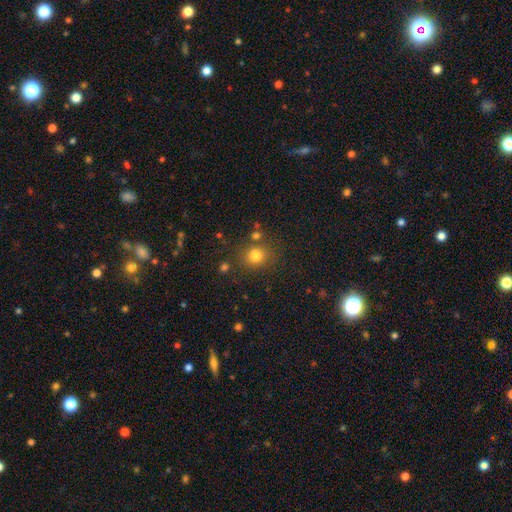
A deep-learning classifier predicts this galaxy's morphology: A smooth galaxy with no disk features (78%) that is round (79%). Merging: none (76%).